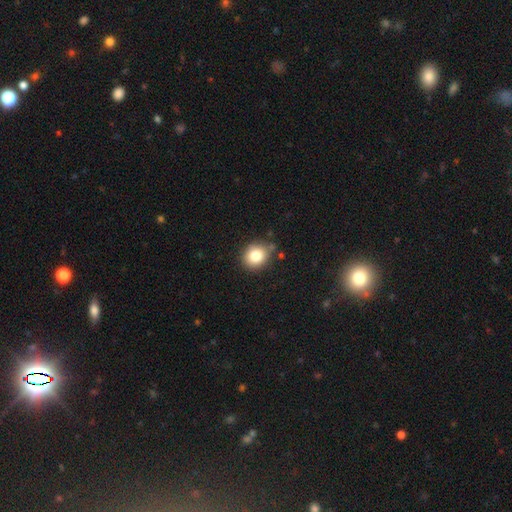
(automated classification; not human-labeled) Smooth or featured? Predicted: smooth (p=0.82). How rounded? Predicted: round (p=0.74). Merging? Predicted: none (p=0.80).